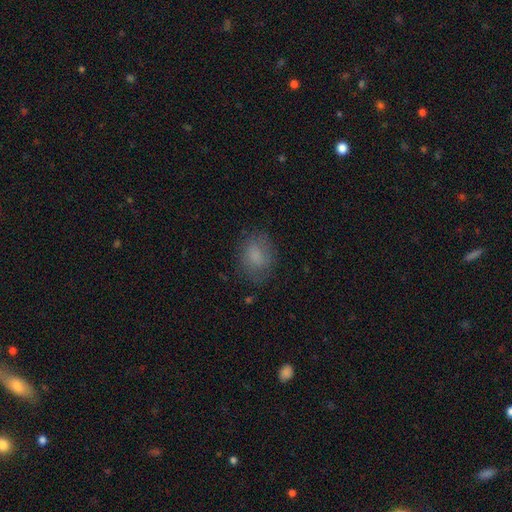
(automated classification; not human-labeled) Smooth or featured? smooth (78%)
How rounded? in between (54%)
Merging? none (73%)